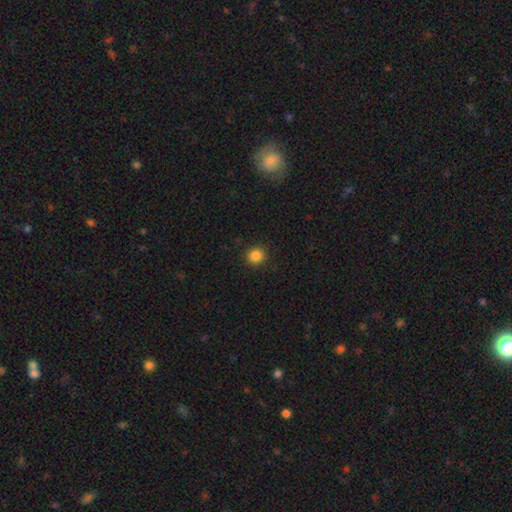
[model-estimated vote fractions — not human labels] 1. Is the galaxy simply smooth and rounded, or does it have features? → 85% smooth, 11% star or artifact, 3% featured or disk.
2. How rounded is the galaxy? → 91% round, 8% in between, 1% cigar-shaped.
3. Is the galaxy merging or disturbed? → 91% none, 6% minor disturbance, 2% major disturbance, 1% merger.